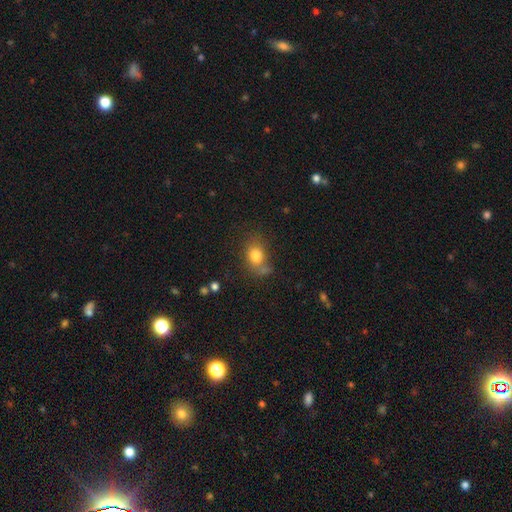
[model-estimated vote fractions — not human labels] Smooth or featured? Predicted: smooth (p=0.78). How rounded? Predicted: in between (p=0.59). Merging? Predicted: none (p=0.56).